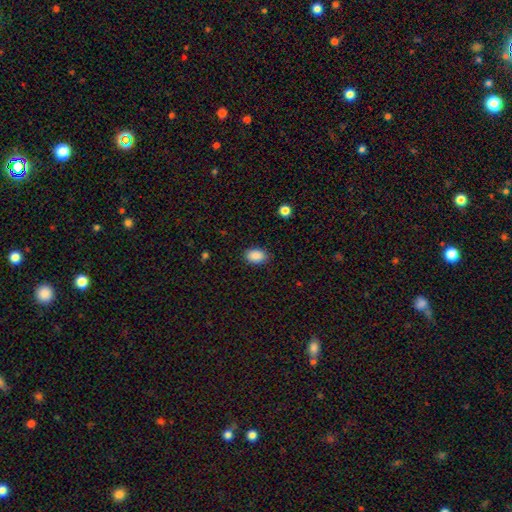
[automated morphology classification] type=smooth (89%); roundness=in between (84%); merging=none (85%).